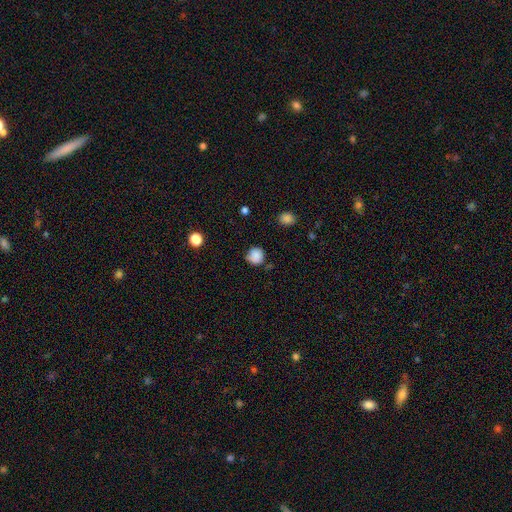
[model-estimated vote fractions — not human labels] This appears to be a smooth galaxy with no disk features (86%) that is round (92%). Merging: none (75%).